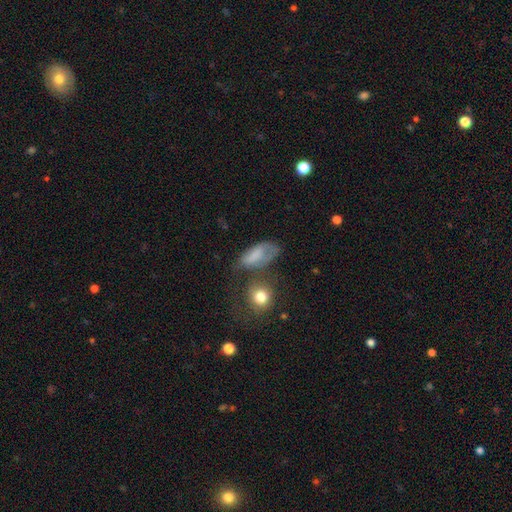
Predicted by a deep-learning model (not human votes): Q: Smooth or featured?
A: smooth (64%); runner-up: featured or disk (24%)
Q: How rounded?
A: in between (84%); runner-up: cigar-shaped (8%)
Q: Merging?
A: none (34%); runner-up: minor disturbance (28%)